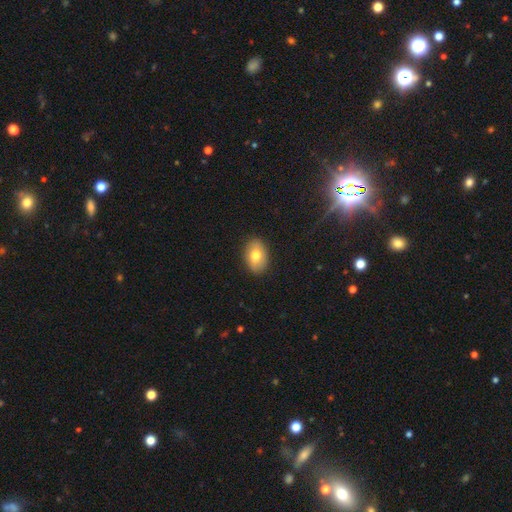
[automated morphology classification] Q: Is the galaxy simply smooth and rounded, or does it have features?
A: smooth — 73%.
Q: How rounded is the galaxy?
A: in between — 84%.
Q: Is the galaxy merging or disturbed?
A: none — 87%.